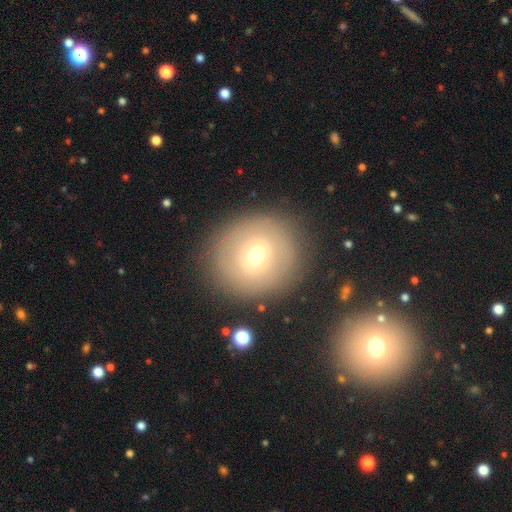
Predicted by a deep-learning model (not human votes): smooth-or-featured: smooth: 55% | featured or disk: 33% | star or artifact: 12%
  how-rounded: round: 84% | in between: 15% | cigar-shaped: 1%
  merging: none: 82% | minor disturbance: 10% | major disturbance: 5% | merger: 3%